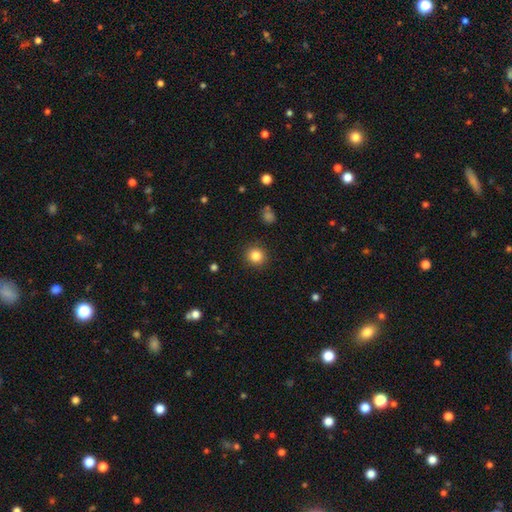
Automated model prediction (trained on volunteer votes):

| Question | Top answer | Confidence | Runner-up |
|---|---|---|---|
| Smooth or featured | smooth | 84% | star or artifact (11%) |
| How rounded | round | 92% | in between (7%) |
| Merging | none | 91% | minor disturbance (6%) |